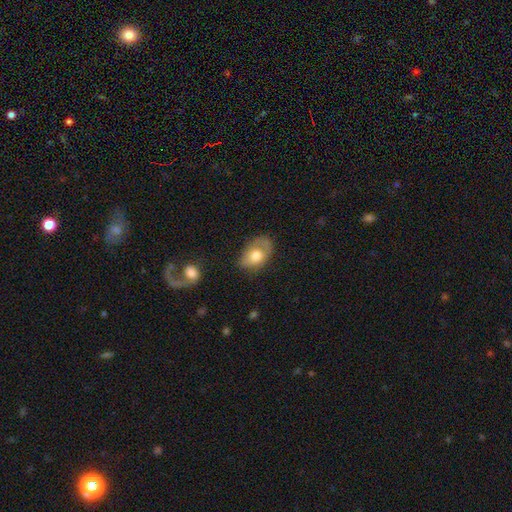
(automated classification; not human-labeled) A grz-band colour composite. It shows a smooth galaxy with no disk features (64%) that is in between round and cigar-shaped (85%). Merging: none (49%).